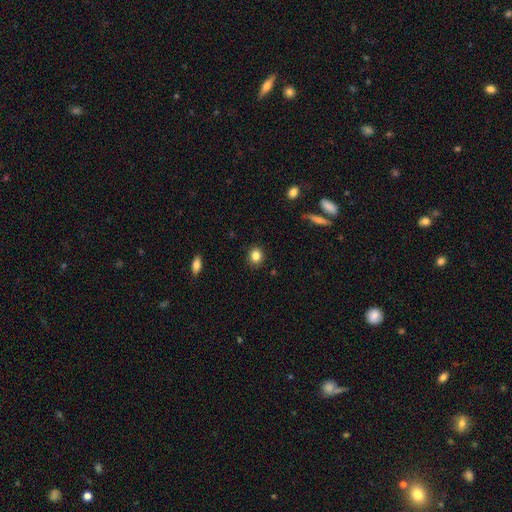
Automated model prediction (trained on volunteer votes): Smooth or featured? smooth (85%)
How rounded? round (75%)
Merging? none (90%)